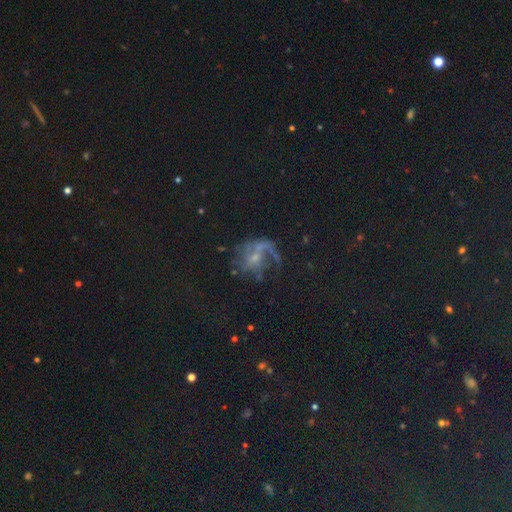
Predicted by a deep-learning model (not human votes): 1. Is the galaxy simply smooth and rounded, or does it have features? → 54% featured or disk, 28% star or artifact, 18% smooth.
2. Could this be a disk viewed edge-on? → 97% no, 3% yes.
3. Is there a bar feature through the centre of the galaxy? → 62% no, 30% weak, 8% strong.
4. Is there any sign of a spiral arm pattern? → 70% yes, 30% no.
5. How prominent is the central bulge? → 58% small, 23% moderate, 14% none, 3% large, 2% dominant.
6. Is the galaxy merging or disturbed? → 40% none, 36% major disturbance, 18% minor disturbance, 6% merger.